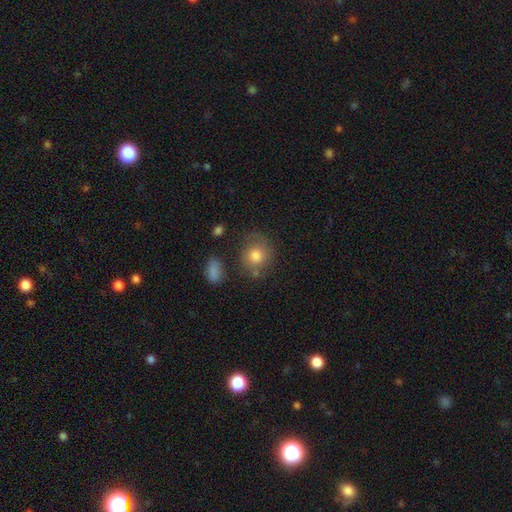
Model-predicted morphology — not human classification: smooth 74%, featured or disk 16%, star or artifact 10%. Down the decision tree: how rounded — round (80%); merging — none (66%).